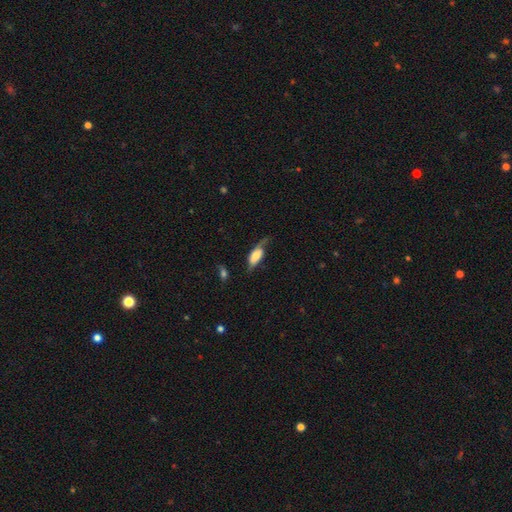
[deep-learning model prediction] Q: Smooth or featured?
A: smooth (57%); runner-up: featured or disk (36%)
Q: How rounded?
A: in between (81%); runner-up: cigar-shaped (15%)
Q: Merging?
A: none (35%); runner-up: minor disturbance (33%)